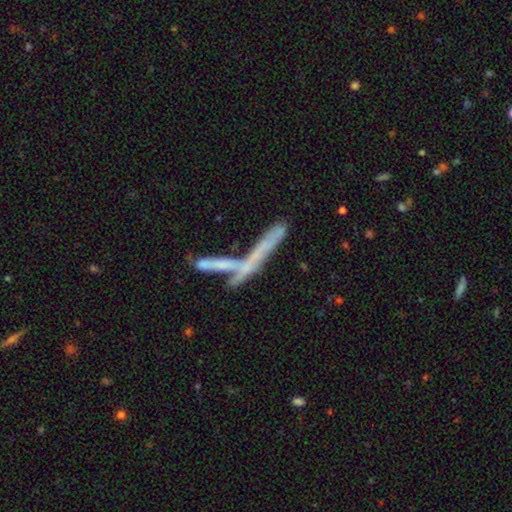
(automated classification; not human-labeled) Smooth or featured?
  - featured or disk: 49% *
  - smooth: 36%
  - star or artifact: 15%
Merging?
  - merger: 43% *
  - none: 36%
  - minor disturbance: 11%
  - major disturbance: 10%